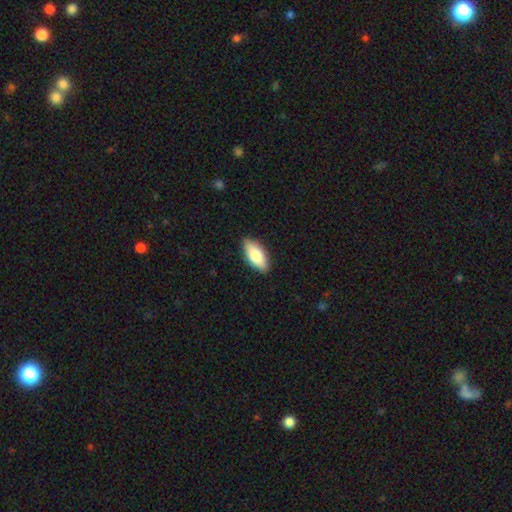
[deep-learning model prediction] Morphology: type=smooth (78%); roundness=in between (87%); merging=none (87%).